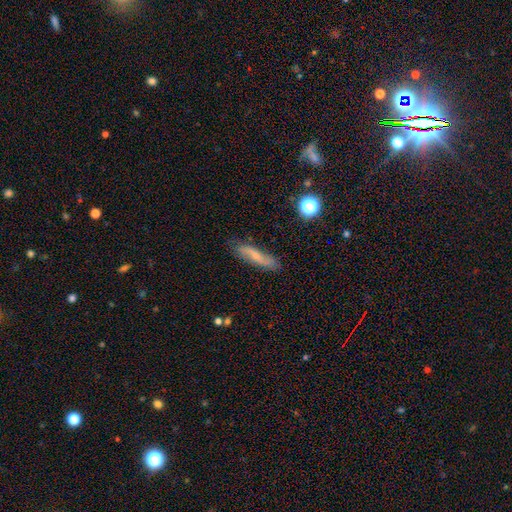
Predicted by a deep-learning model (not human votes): smooth_or_featured: featured or disk (p=0.49) [alt: smooth p=0.42]
merging: none (p=0.79) [alt: minor disturbance p=0.16]